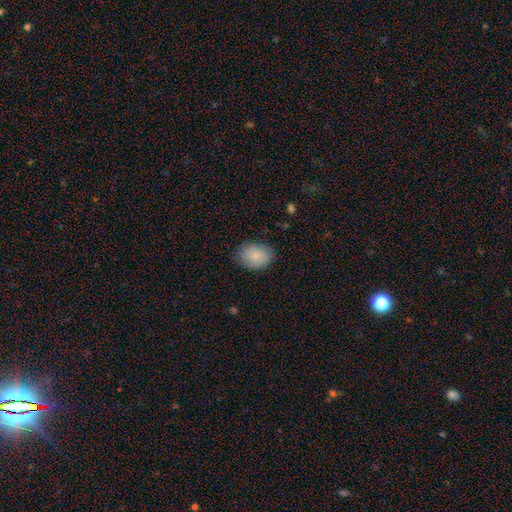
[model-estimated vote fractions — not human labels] A smooth galaxy with no disk features (83%) that is in between round and cigar-shaped (70%).

Vote fractions:
- Smooth or featured? smooth: 83% / featured or disk: 10% / star or artifact: 7%
- How rounded? in between: 70% / round: 29% / cigar-shaped: 1%
- Merging? none: 78% / minor disturbance: 17% / major disturbance: 4% / merger: 1%